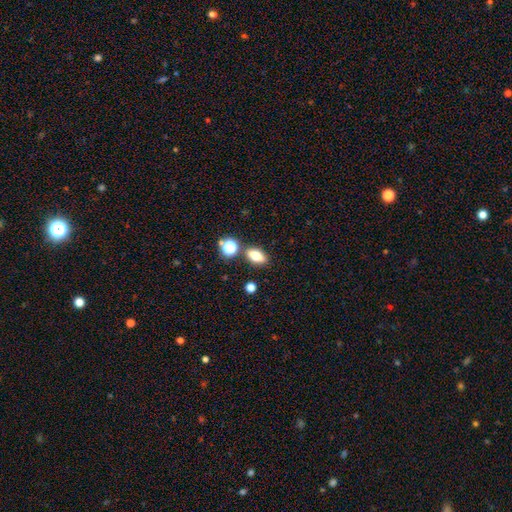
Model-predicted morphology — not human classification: Smooth or featured?
  - smooth: 71% *
  - featured or disk: 16%
  - star or artifact: 13%
How rounded?
  - in between: 76% *
  - round: 15%
  - cigar-shaped: 9%
Merging?
  - none: 80% *
  - minor disturbance: 9%
  - merger: 8%
  - major disturbance: 3%